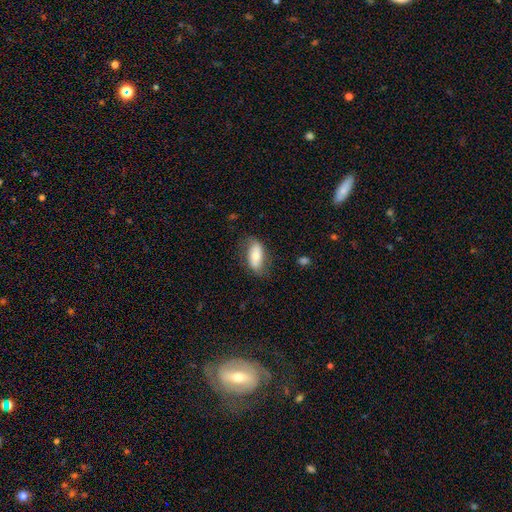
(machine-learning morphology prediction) This appears to be a smooth galaxy with no disk features (65%) that is in between round and cigar-shaped (87%). Merging: none (67%).